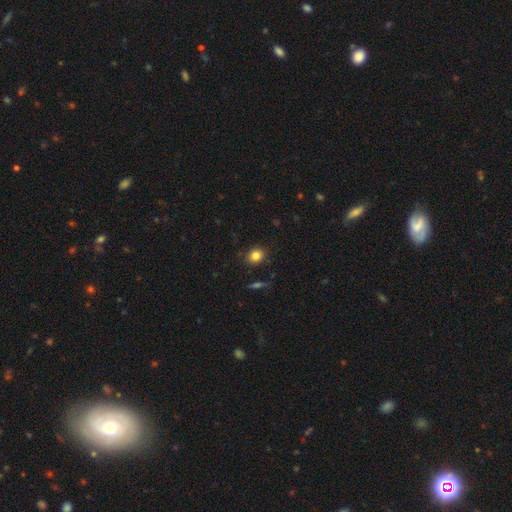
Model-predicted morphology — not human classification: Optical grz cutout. It shows a smooth galaxy with no disk features (83%) that is round (69%). Merging: none (86%).